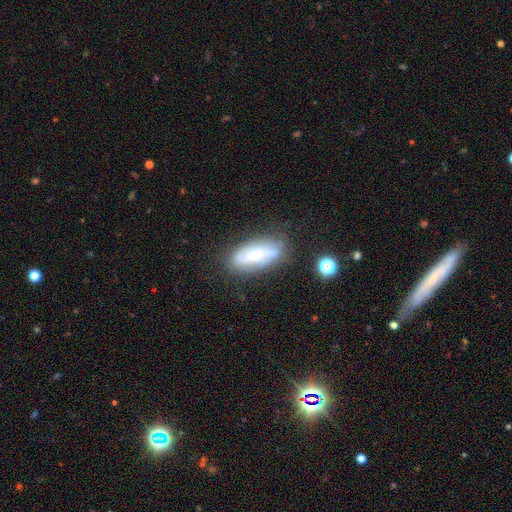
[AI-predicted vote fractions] A featured or disk galaxy (59%).

Vote fractions:
- Smooth or featured? featured or disk: 59% / smooth: 34% / star or artifact: 8%
- Edge-on disk? no: 82% / yes: 18%
- Merging? none: 74% / minor disturbance: 18% / major disturbance: 5% / merger: 3%